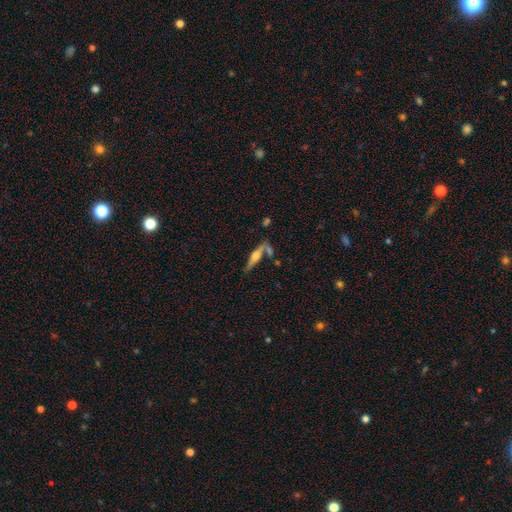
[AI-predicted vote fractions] featured or disk 63%, smooth 30%, star or artifact 7%. Down the decision tree: edge-on disk — yes (94%); edge-on bulge — rounded (88%); merging — none (64%).